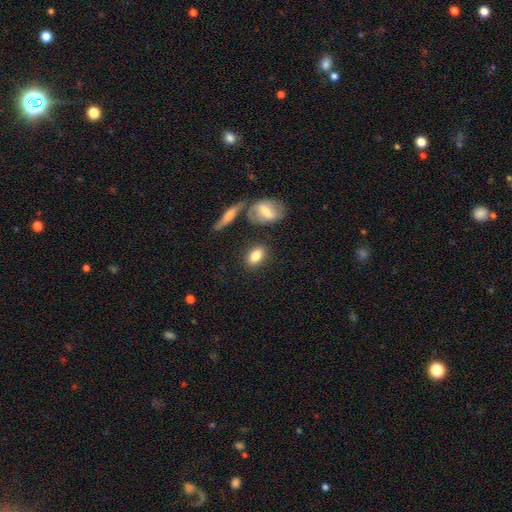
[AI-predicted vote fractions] The model was most divided on "how rounded": in between: 80%, round: 16%, cigar-shaped: 4%. More confident: smooth or featured — smooth (81%); merging — none (79%).